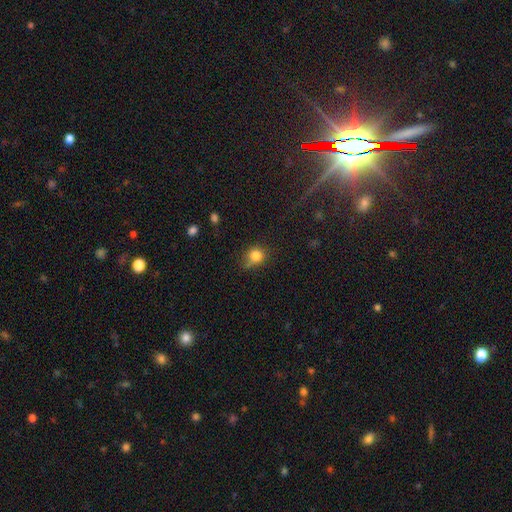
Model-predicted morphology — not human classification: Overall: smooth (80%). How rounded: round (78%). Merging: none (55%; minor disturbance 32%).